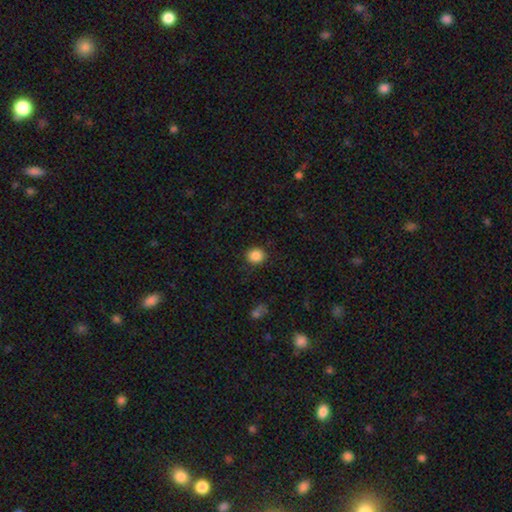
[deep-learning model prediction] Smooth or featured?
  - smooth: 87% *
  - star or artifact: 10%
  - featured or disk: 4%
How rounded?
  - round: 81% *
  - in between: 18%
  - cigar-shaped: 1%
Merging?
  - none: 89% *
  - minor disturbance: 8%
  - major disturbance: 2%
  - merger: 1%